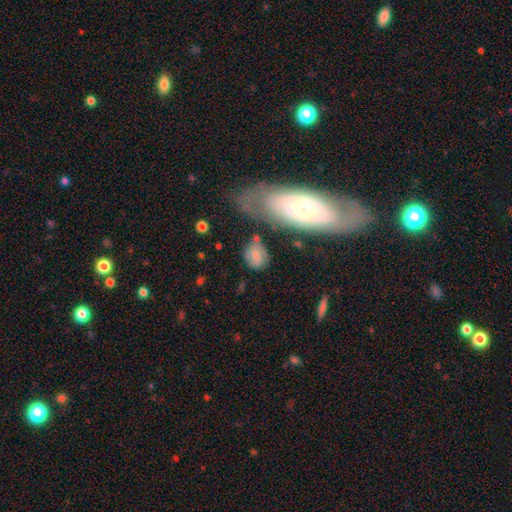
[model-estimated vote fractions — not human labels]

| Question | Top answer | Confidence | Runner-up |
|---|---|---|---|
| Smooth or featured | smooth | 65% | featured or disk (26%) |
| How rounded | in between | 54% | round (43%) |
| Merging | none | 62% | minor disturbance (21%) |